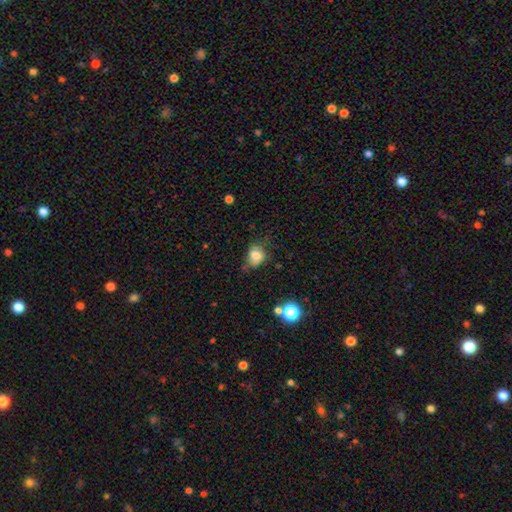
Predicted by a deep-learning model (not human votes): Smooth or featured? smooth (75%)
How rounded? in between (51%)
Merging? none (49%)